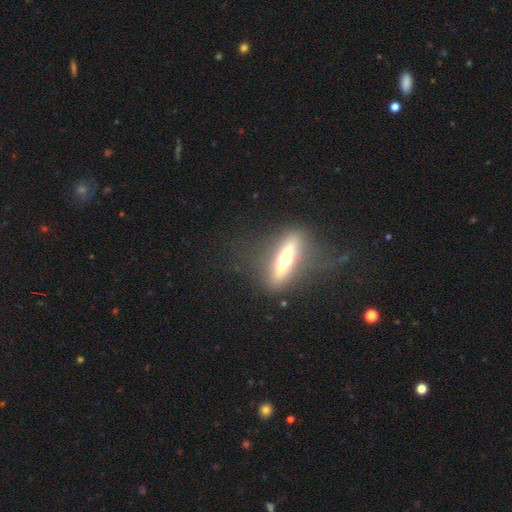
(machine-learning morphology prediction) type=featured or disk (68%); edge-on=yes (77%); edge-on bulge=rounded (84%); merging=none (62%).